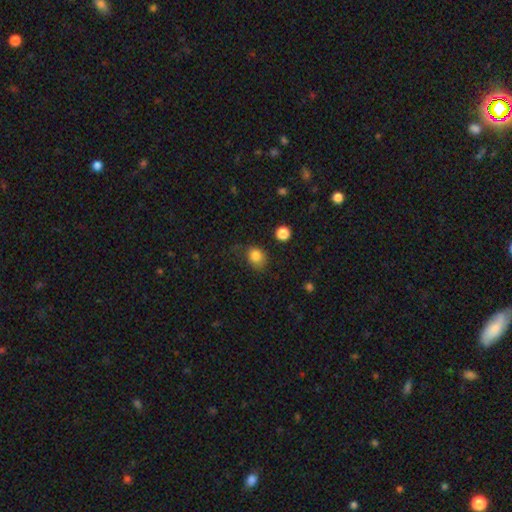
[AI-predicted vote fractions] smooth 83%, star or artifact 11%, featured or disk 6%. Down the decision tree: how rounded — round (63%); merging — none (64%).